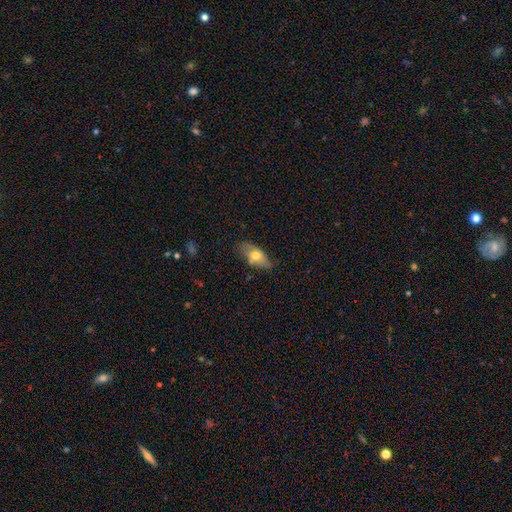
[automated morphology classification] A smooth galaxy with no disk features (58%) that is in between round and cigar-shaped (87%). Merging: none (68%).